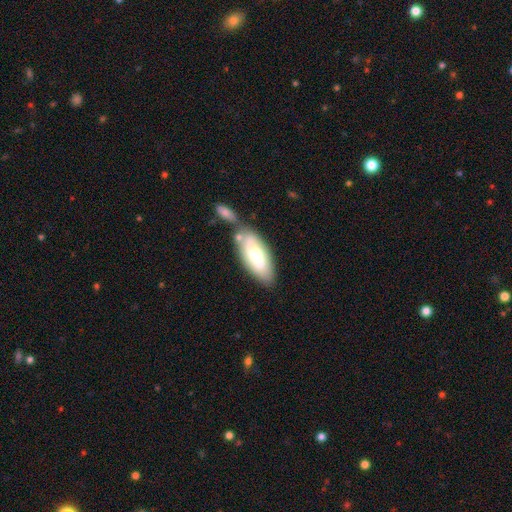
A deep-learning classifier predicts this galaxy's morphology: The model was most divided on "smooth or featured": smooth: 55%, featured or disk: 39%, star or artifact: 6%. More confident: how rounded — in between (80%); merging — none (60%).